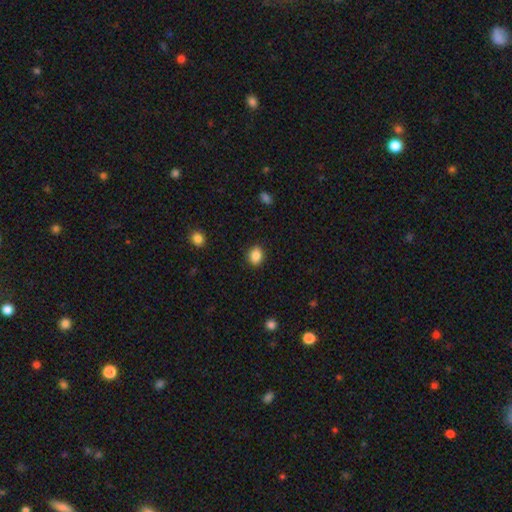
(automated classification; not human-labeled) Smooth or featured? Predicted: smooth (p=0.87). How rounded? Predicted: round (p=0.51). Merging? Predicted: none (p=0.88).